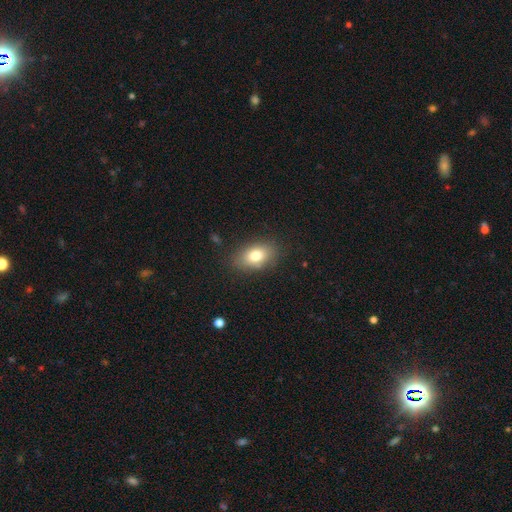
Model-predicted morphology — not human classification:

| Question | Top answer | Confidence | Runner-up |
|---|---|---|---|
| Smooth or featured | smooth | 78% | featured or disk (13%) |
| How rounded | in between | 85% | round (12%) |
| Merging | none | 82% | minor disturbance (12%) |